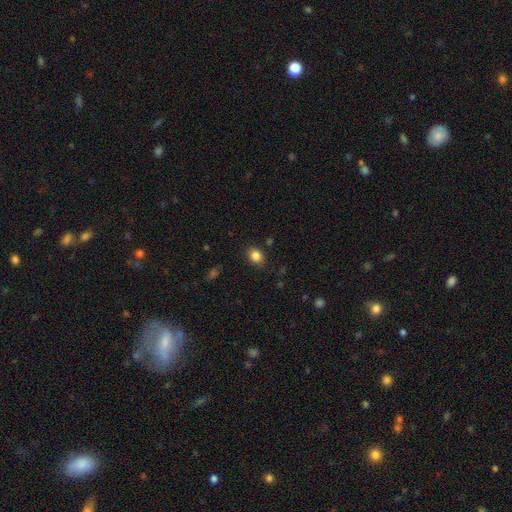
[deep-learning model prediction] A smooth galaxy with no disk features (84%) that is in between round and cigar-shaped (56%). Merging: none (85%).